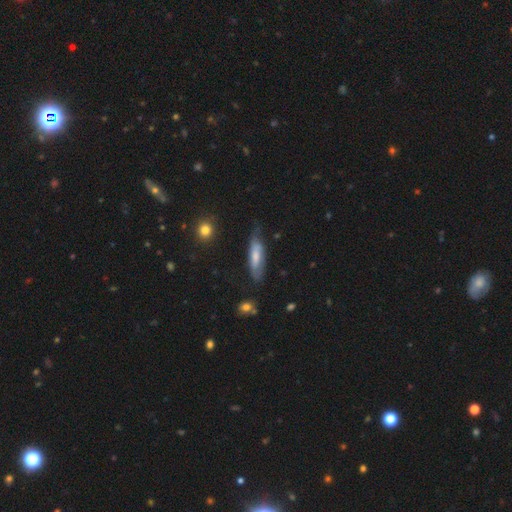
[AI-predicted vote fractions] Morphology: type=smooth (54%); roundness=cigar-shaped (53%); merging=none (60%).